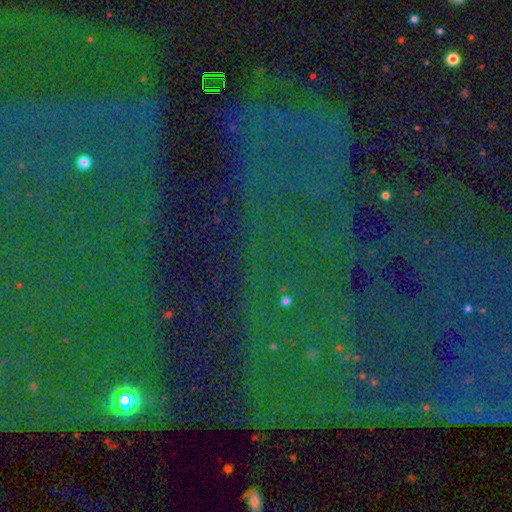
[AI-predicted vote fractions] This appears to be a star or artifact, not a galaxy (83%).